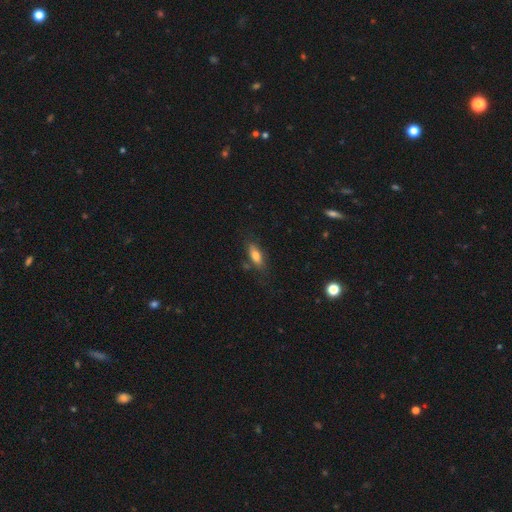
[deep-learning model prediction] This is likely a smooth galaxy (74%). How rounded: likely in between (73%). Merging: likely none (73%).